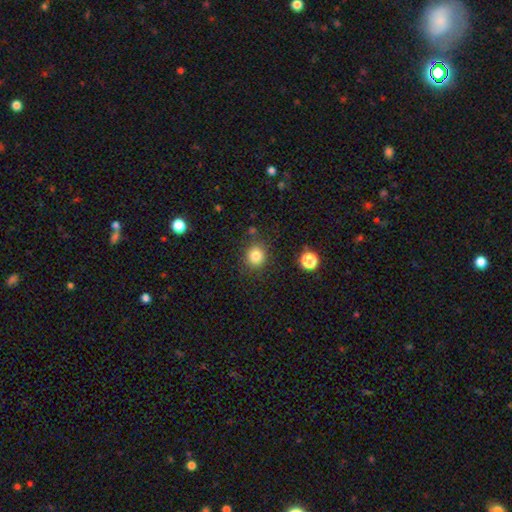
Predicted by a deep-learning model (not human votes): Smooth or featured?
  - smooth: 83% *
  - star or artifact: 11%
  - featured or disk: 6%
How rounded?
  - round: 85% *
  - in between: 14%
  - cigar-shaped: 1%
Merging?
  - none: 84% *
  - minor disturbance: 10%
  - major disturbance: 3%
  - merger: 3%